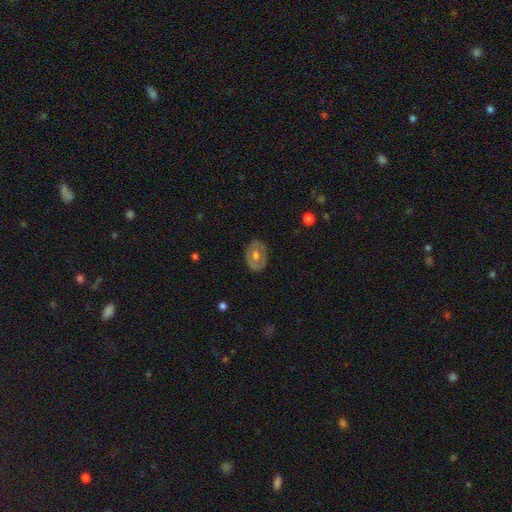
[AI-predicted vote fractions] This is possibly a smooth galaxy (48%). Merging: clearly none (83%).